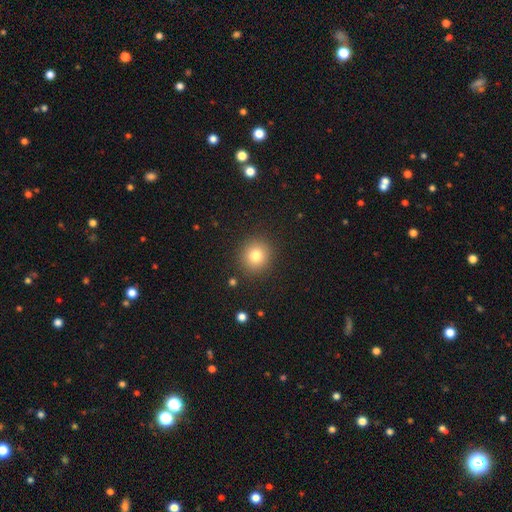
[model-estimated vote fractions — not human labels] Smooth or featured? smooth (79%)
How rounded? round (90%)
Merging? none (90%)